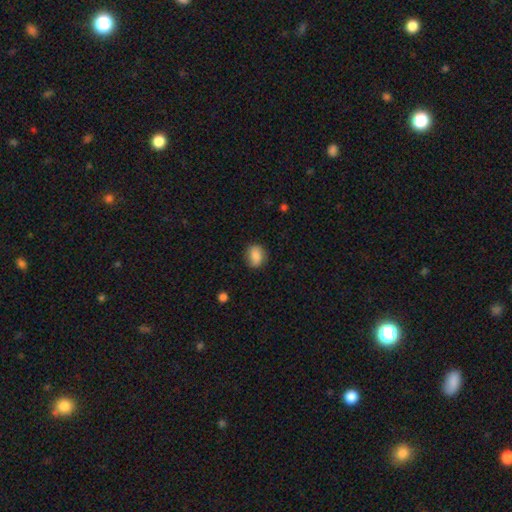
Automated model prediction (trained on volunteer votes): smooth_or_featured: smooth (p=0.84) [alt: featured or disk p=0.08]
how_rounded: in between (p=0.56) [alt: round p=0.43]
merging: none (p=0.82) [alt: minor disturbance p=0.14]